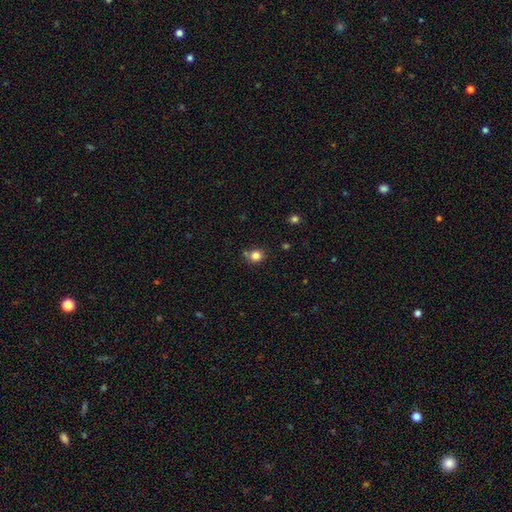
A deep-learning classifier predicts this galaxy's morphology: Smooth or featured? smooth (83%)
How rounded? round (82%)
Merging? none (67%)